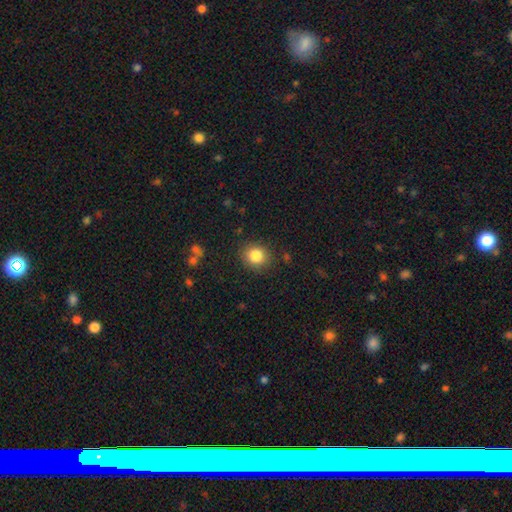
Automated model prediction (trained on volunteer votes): The model was most divided on "how rounded": round: 81%, in between: 18%, cigar-shaped: 1%. More confident: merging — none (87%); smooth or featured — smooth (84%).